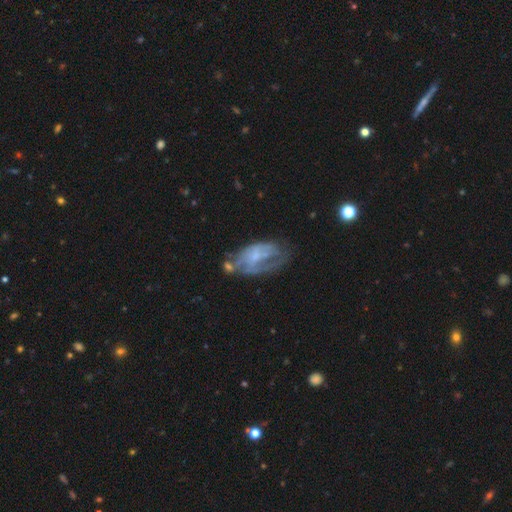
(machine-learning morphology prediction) A featured or disk galaxy (66%) with no bar (70%), spiral arms (57%) and a small central bulge (57%). Merging: none (38%).